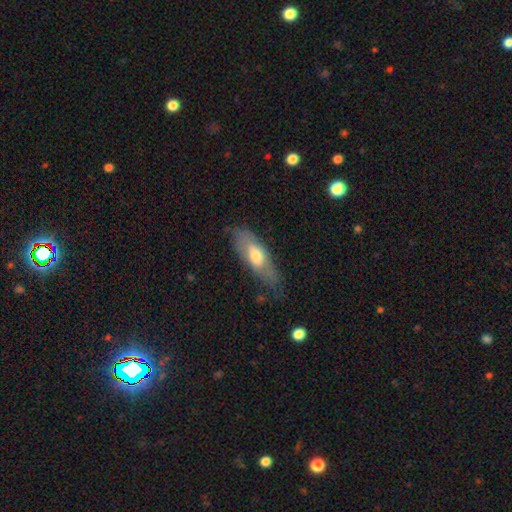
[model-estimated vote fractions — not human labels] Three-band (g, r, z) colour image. It shows a smooth galaxy with no disk features (55%) that is in between round and cigar-shaped (65%). Merging: none (68%).